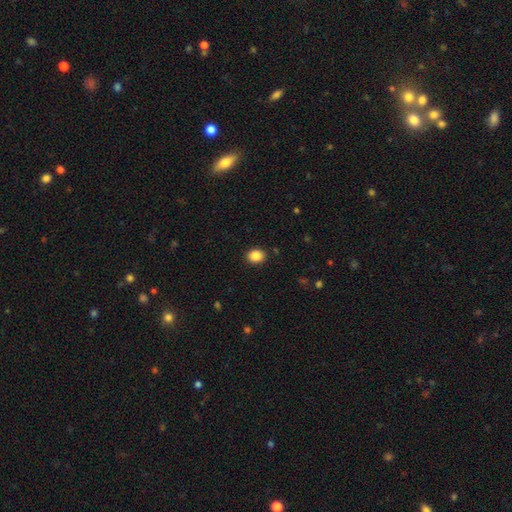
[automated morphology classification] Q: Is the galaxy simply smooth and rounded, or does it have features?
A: smooth — 87%.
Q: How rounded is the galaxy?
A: round — 55%.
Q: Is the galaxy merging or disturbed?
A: none — 90%.